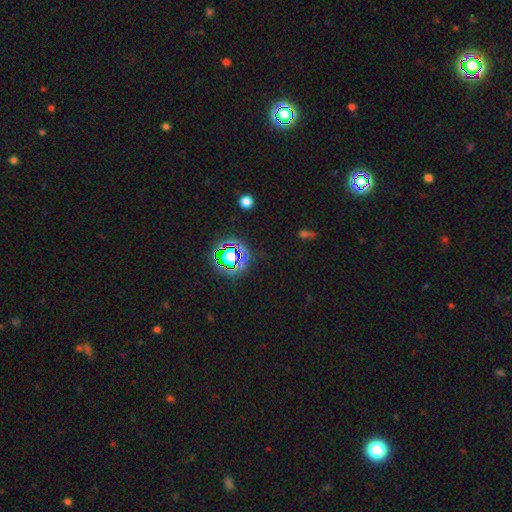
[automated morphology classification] type=star or artifact (76%).